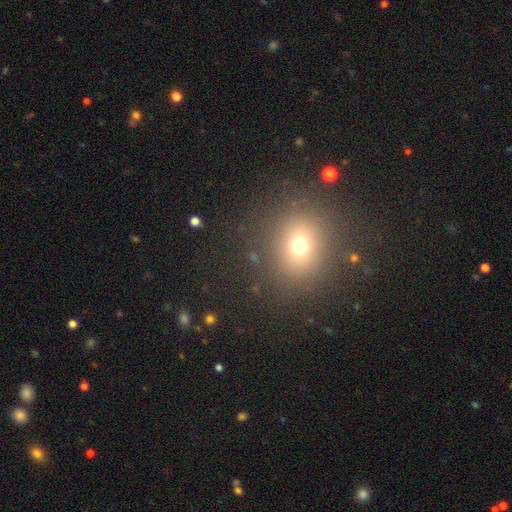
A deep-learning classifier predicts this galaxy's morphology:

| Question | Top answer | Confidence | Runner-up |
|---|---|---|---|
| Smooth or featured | smooth | 63% | star or artifact (28%) |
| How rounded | round | 77% | in between (22%) |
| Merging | none | 88% | minor disturbance (7%) |